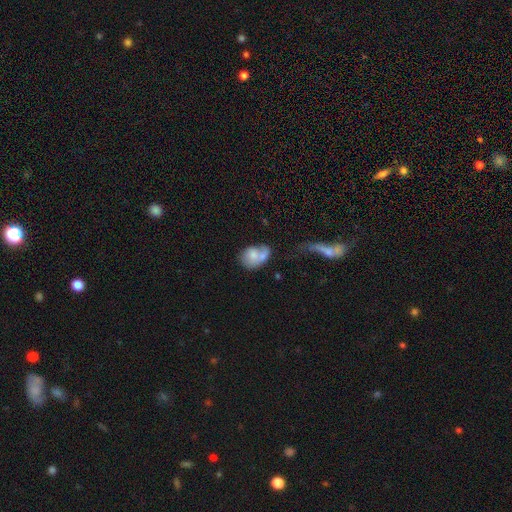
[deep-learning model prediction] smooth 63%, featured or disk 28%, star or artifact 8%. Down the decision tree: how rounded — in between (66%); merging — merger (42%).